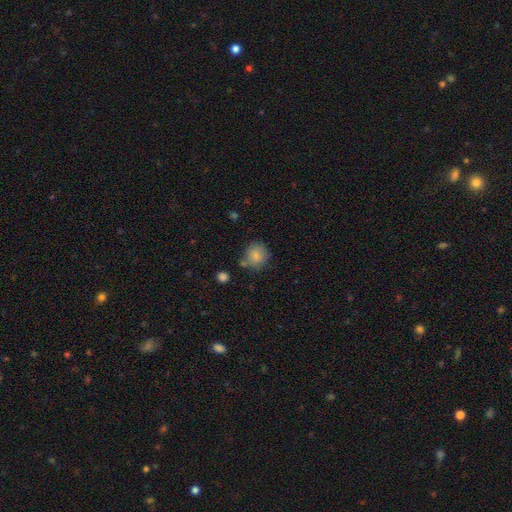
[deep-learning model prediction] smooth-or-featured: smooth: 84% | star or artifact: 9% | featured or disk: 7%
  how-rounded: round: 85% | in between: 14% | cigar-shaped: 1%
  merging: none: 72% | minor disturbance: 16% | merger: 8% | major disturbance: 5%